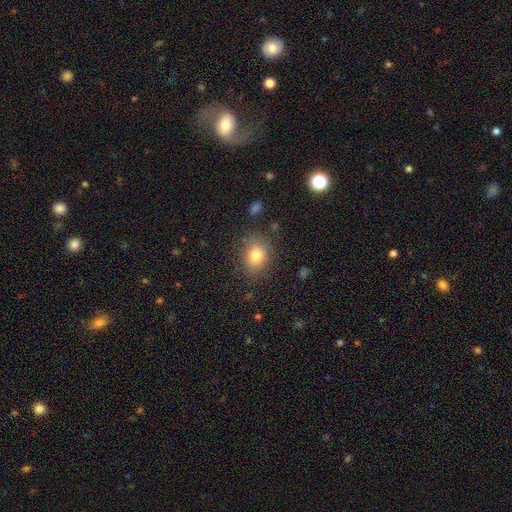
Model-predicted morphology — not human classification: A smooth galaxy with no disk features (79%) that is round (54%).

Vote fractions:
- Smooth or featured? smooth: 79% / star or artifact: 11% / featured or disk: 9%
- How rounded? round: 54% / in between: 45% / cigar-shaped: 1%
- Merging? none: 82% / minor disturbance: 12% / major disturbance: 4% / merger: 2%